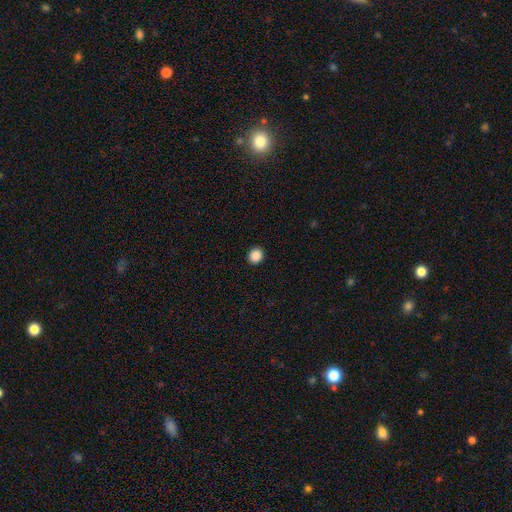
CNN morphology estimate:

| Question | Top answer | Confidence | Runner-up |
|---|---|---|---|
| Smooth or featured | smooth | 88% | star or artifact (9%) |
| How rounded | round | 77% | in between (22%) |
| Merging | none | 93% | minor disturbance (5%) |